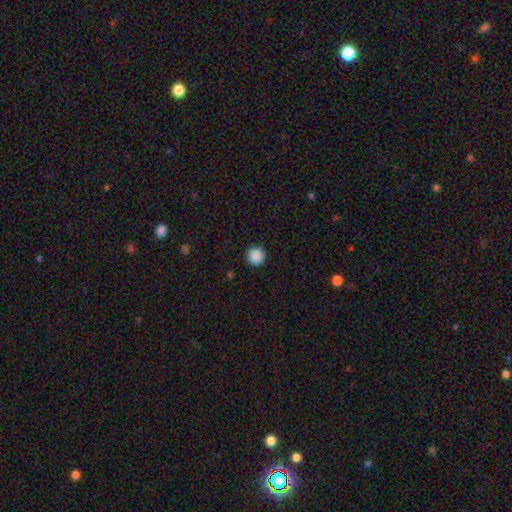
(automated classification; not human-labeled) The model was most divided on "smooth or featured": smooth: 89%, star or artifact: 9%, featured or disk: 2%. More confident: how rounded — round (96%); merging — none (92%).